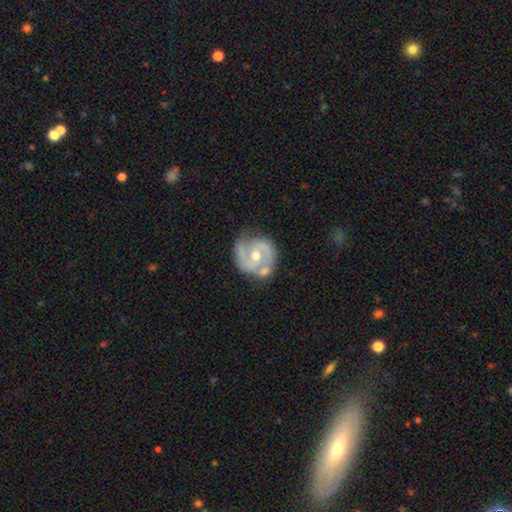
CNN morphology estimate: Smooth or featured? featured or disk (85%)
Edge-on disk? no (98%)
Bar? no (51%)
Spiral arms? yes (94%)
Spiral winding? medium (49%)
Spiral arm count? 2 (84%)
Bulge size? moderate (72%)
Merging? none (61%)